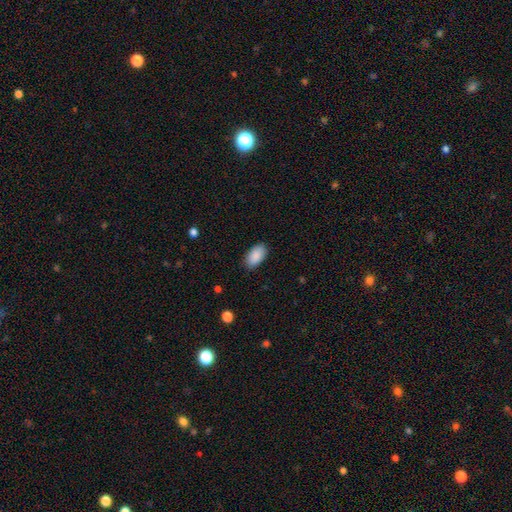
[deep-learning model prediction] This is clearly a smooth galaxy (90%). How rounded: clearly in between (95%). Merging: clearly none (86%).